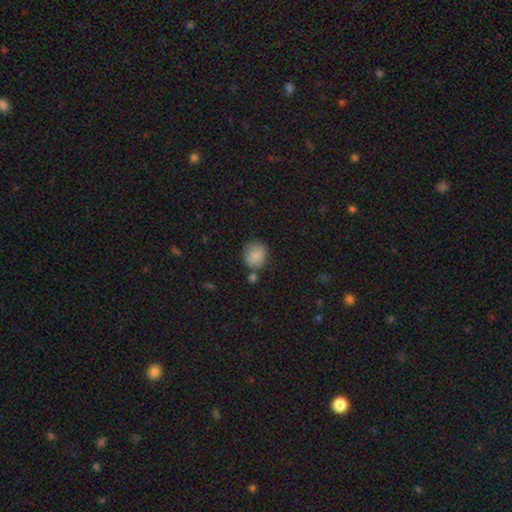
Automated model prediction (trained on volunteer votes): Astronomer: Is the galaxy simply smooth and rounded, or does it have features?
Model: smooth — 86%.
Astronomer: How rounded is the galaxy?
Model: round — 77%.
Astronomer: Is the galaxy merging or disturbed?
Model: none — 68%.